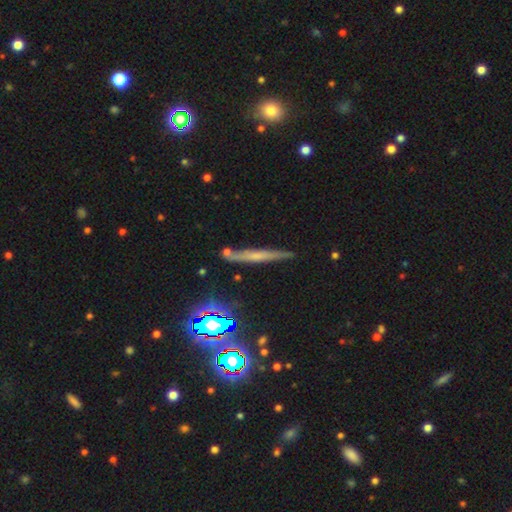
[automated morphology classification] The model was most divided on "smooth or featured": featured or disk: 47%, smooth: 36%, star or artifact: 17%. More confident: merging — none (79%).